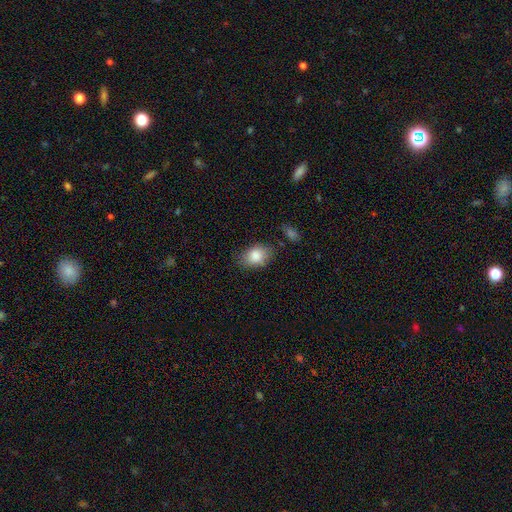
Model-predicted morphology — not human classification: A smooth galaxy with no disk features (85%) that is in between round and cigar-shaped (82%).

Vote fractions:
- Smooth or featured? smooth: 85% / featured or disk: 8% / star or artifact: 7%
- How rounded? in between: 82% / round: 17% / cigar-shaped: 1%
- Merging? none: 71% / minor disturbance: 20% / major disturbance: 5% / merger: 3%